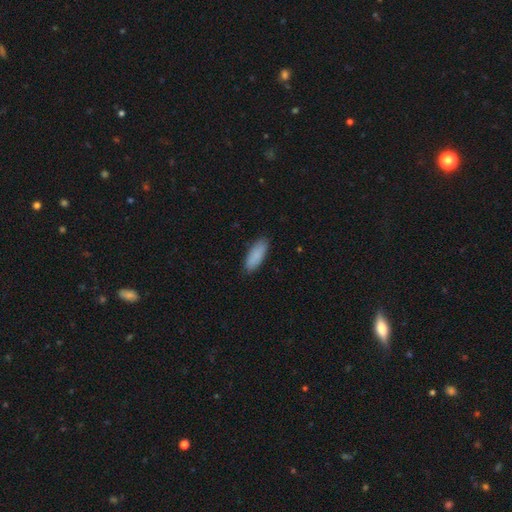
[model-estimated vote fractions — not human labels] smooth-or-featured: smooth: 89% | star or artifact: 6% | featured or disk: 5%
  how-rounded: in between: 71% | cigar-shaped: 27% | round: 2%
  merging: none: 86% | minor disturbance: 11% | major disturbance: 2% | merger: 1%